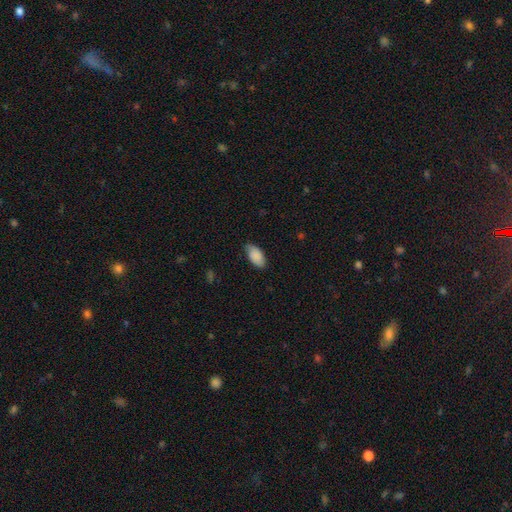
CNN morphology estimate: Smooth or featured: smooth — 86% (featured or disk — 8%)
How rounded: in between — 95% (round — 3%)
Merging: none — 70% (minor disturbance — 25%)